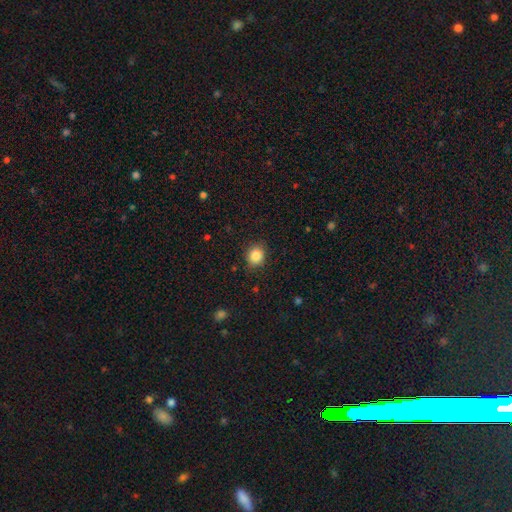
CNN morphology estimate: The model was most divided on "how rounded": round: 72%, in between: 27%, cigar-shaped: 1%. More confident: merging — none (86%); smooth or featured — smooth (86%).